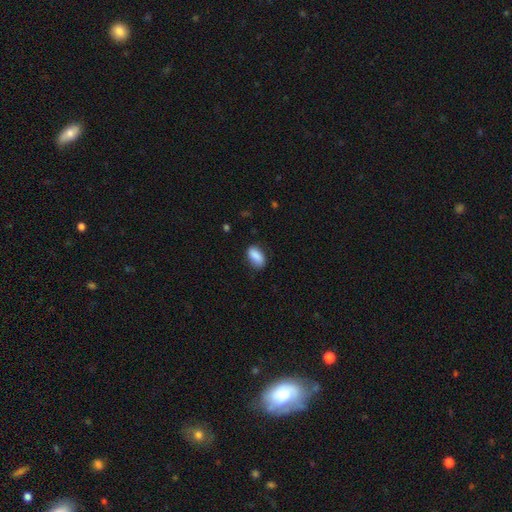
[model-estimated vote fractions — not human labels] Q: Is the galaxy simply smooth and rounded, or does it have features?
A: smooth — 88%.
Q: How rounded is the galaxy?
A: in between — 91%.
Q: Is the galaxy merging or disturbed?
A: none — 79%.